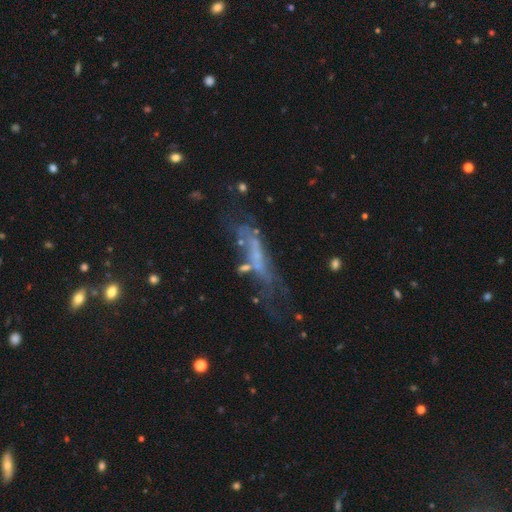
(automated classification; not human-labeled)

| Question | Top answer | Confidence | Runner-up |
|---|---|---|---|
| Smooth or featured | featured or disk | 55% | smooth (29%) |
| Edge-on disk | no | 61% | yes (39%) |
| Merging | none | 44% | major disturbance (25%) |